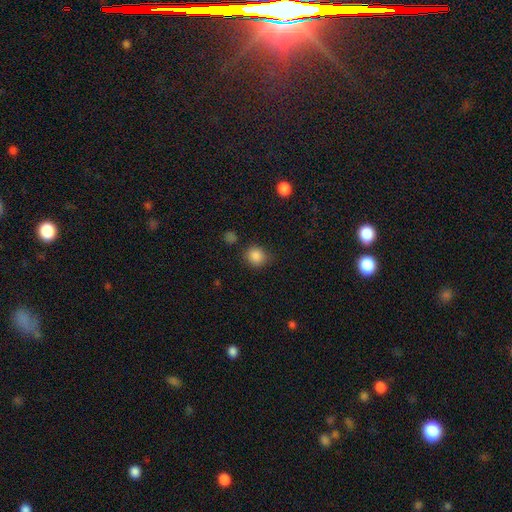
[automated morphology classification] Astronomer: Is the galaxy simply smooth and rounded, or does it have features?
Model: smooth — 86%.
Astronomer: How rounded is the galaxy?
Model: round — 86%.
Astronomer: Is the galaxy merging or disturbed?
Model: none — 80%.